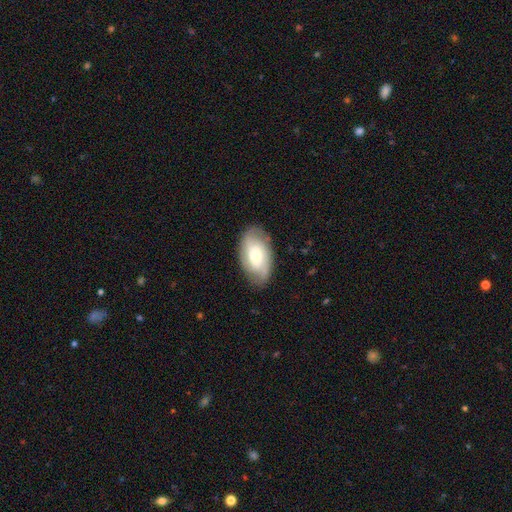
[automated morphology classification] This is possibly a featured or disk galaxy (57%). It is clearly not viewed edge-on (92%). Bar: likely no (67%). Spiral arm pattern: likely yes (78%). Central bulge: possibly moderate (53%). Merging: clearly none (81%).